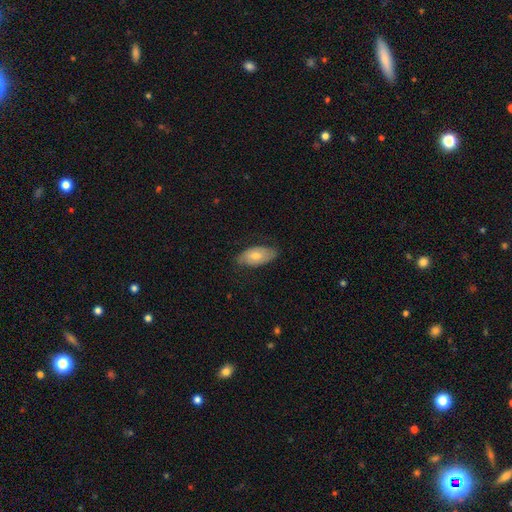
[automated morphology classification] type=smooth (66%); roundness=in between (93%); merging=none (72%).